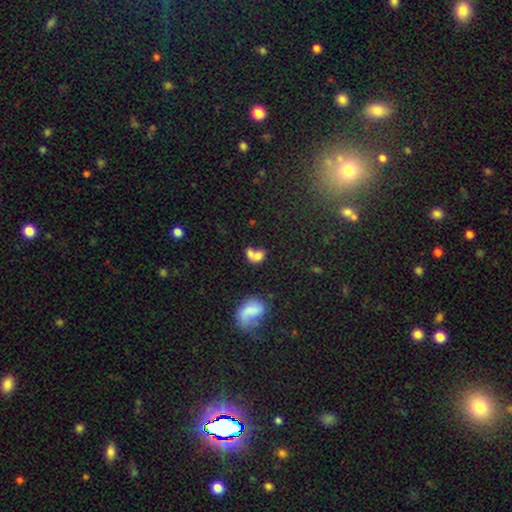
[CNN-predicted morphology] A smooth galaxy with no disk features (71%) that is in between round and cigar-shaped (60%). Merging: merger (65%).